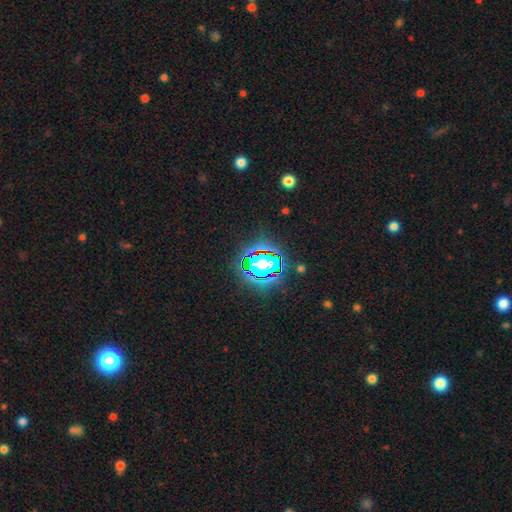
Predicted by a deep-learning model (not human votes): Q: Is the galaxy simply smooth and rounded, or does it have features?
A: star or artifact — 81%.